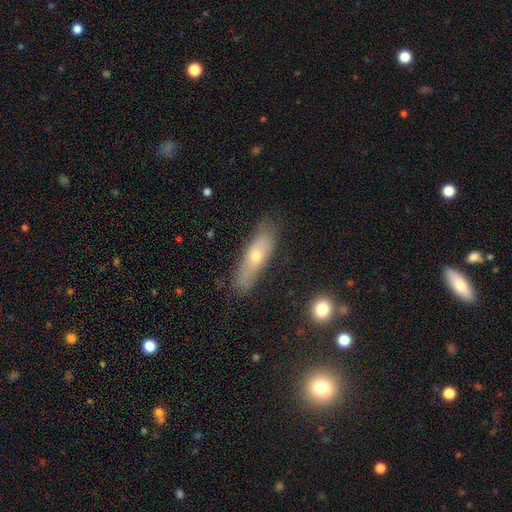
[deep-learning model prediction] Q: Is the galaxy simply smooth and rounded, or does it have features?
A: smooth — 51%.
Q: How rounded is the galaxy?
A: cigar-shaped — 58%.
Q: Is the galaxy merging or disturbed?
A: none — 76%.